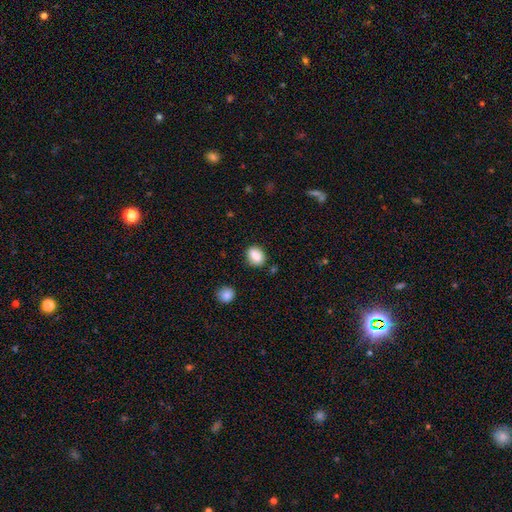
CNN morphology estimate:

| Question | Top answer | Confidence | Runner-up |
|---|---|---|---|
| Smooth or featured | smooth | 87% | star or artifact (8%) |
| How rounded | in between | 64% | round (35%) |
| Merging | none | 83% | minor disturbance (12%) |